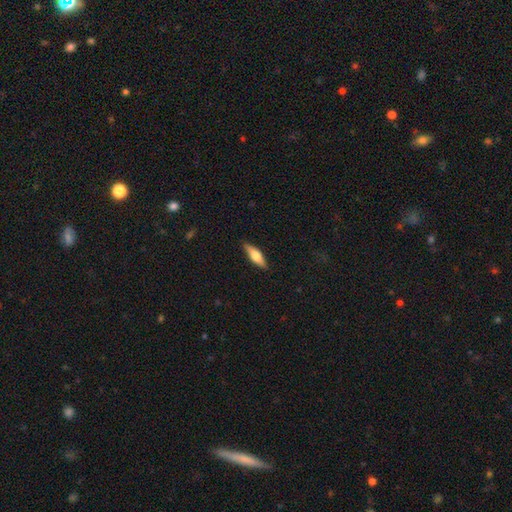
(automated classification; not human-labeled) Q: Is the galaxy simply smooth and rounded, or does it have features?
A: smooth — 56%.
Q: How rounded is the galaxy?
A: cigar-shaped — 52%.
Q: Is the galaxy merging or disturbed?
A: none — 86%.